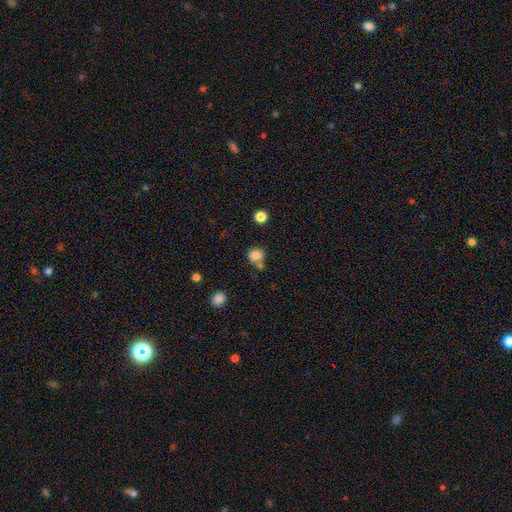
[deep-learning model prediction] A smooth galaxy with no disk features (83%) that is round (80%). Merging: none (58%).